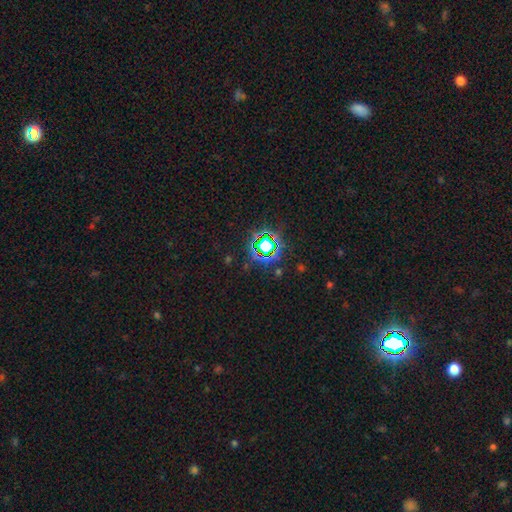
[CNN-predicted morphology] smooth_or_featured: star or artifact (p=0.77) [alt: smooth p=0.16]